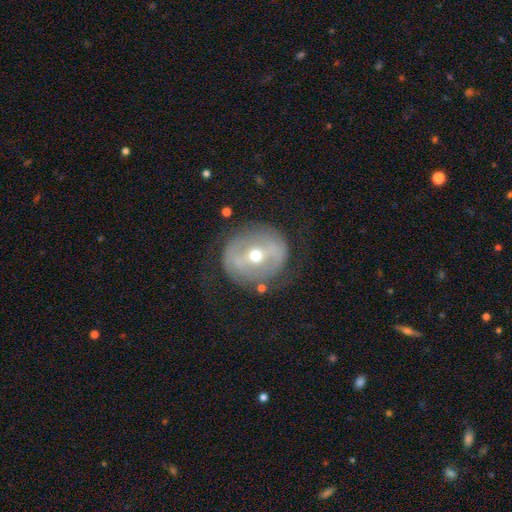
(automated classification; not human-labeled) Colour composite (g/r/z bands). It shows a featured or disk galaxy (66%) with a strong bar (45%), no spiral arms (61%) and a moderate central bulge (69%). Merging: none (74%).